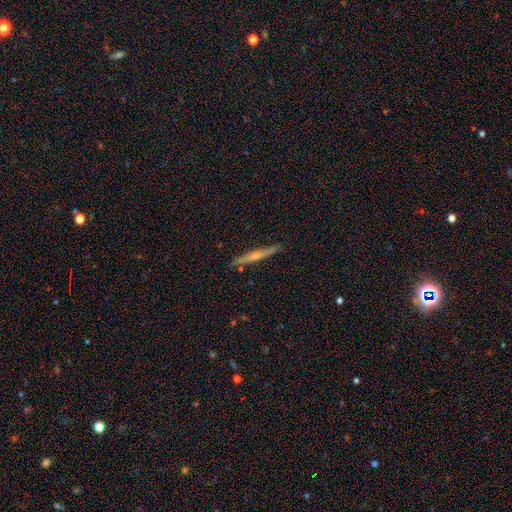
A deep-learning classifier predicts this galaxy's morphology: Smooth or featured? featured or disk (66%)
Edge-on disk? yes (97%)
Edge-on bulge? rounded (70%)
Merging? none (90%)